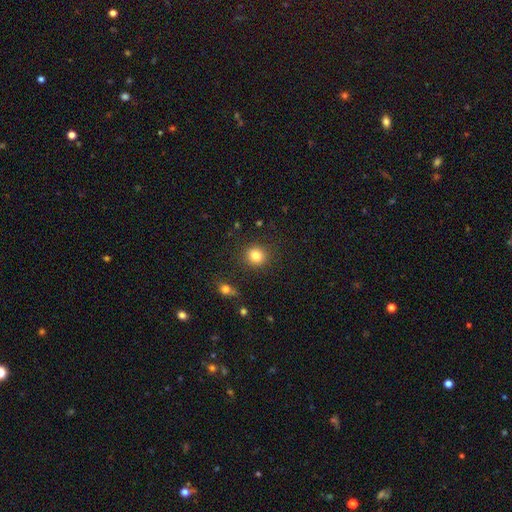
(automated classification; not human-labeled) Morphology: type=smooth (83%); roundness=round (88%); merging=none (88%).